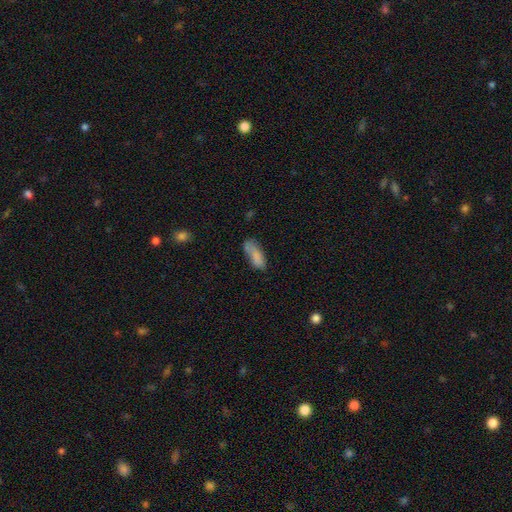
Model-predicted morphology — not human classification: type=smooth (81%); roundness=in between (76%); merging=none (51%).